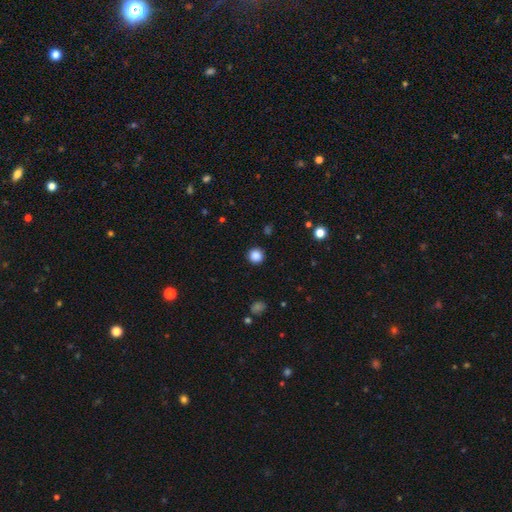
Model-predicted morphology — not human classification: Overall: smooth (87%). How rounded: round (95%). Merging: none (92%).